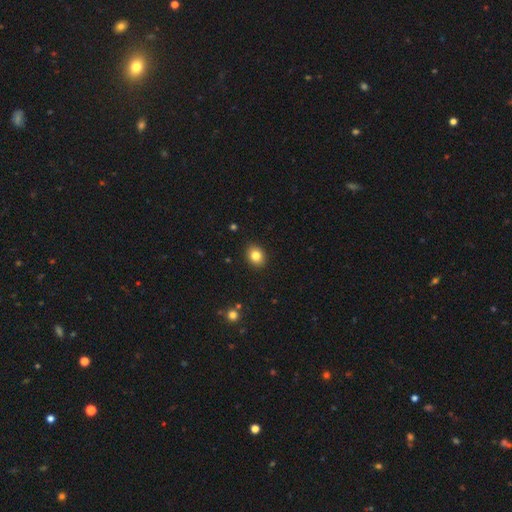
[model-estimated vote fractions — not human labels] Morphology: type=smooth (83%); roundness=round (50%); merging=none (91%).